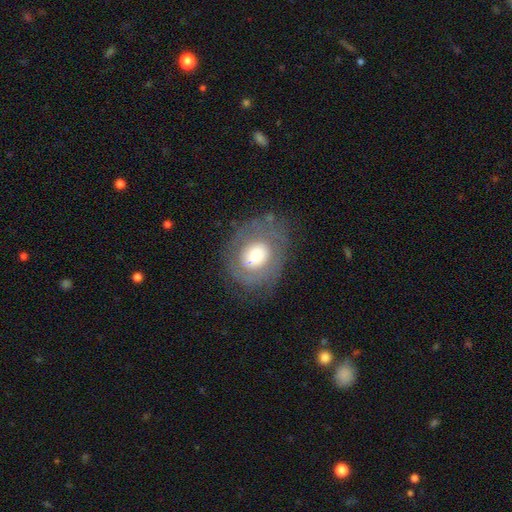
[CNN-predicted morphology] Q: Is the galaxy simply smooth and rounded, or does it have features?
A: featured or disk — 50%.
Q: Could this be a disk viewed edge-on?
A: no — 96%.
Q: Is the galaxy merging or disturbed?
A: none — 72%.